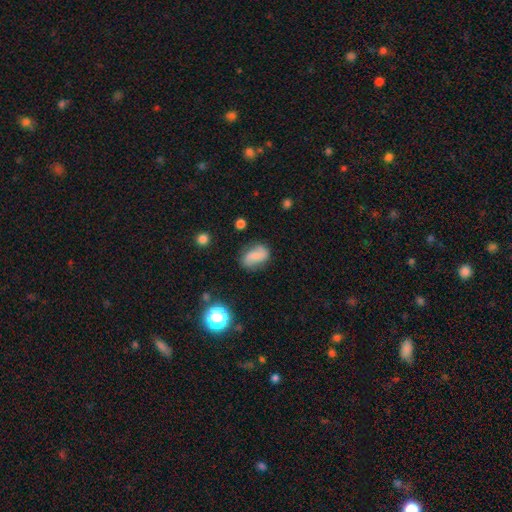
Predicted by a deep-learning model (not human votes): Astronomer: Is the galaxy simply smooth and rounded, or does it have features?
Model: smooth — 59%.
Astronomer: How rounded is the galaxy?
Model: in between — 85%.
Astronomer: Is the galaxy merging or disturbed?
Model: none — 68%.